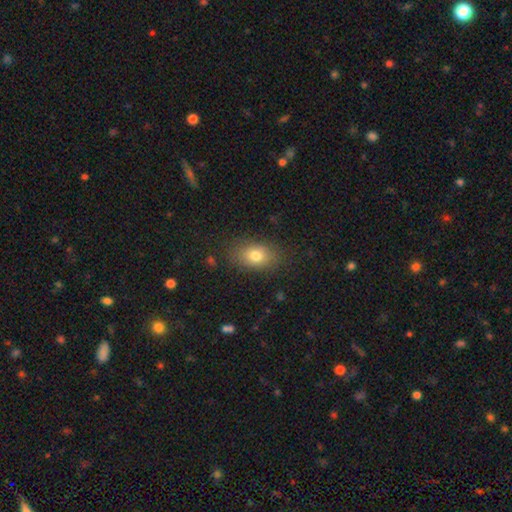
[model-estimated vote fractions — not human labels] This appears to be a smooth galaxy with no disk features (78%) that is in between round and cigar-shaped (78%). Merging: none (81%).